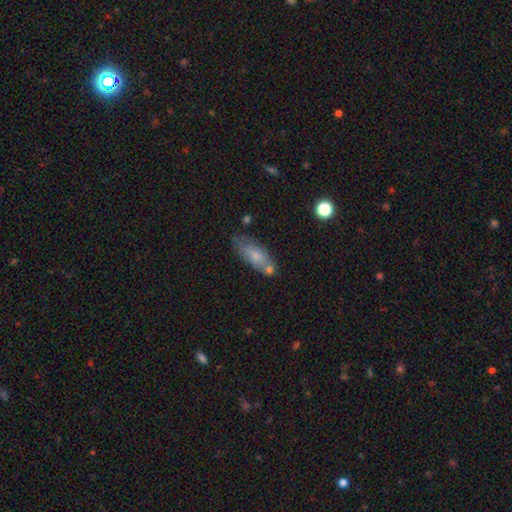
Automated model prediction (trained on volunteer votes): This appears to be a smooth galaxy with no disk features (70%) that is in between round and cigar-shaped (73%). Merging: none (60%).